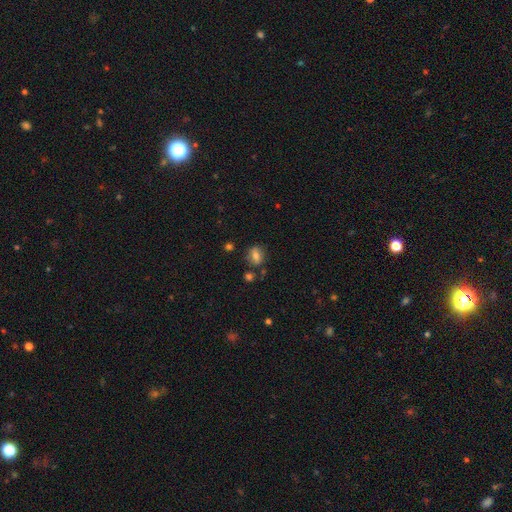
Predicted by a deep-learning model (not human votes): This is likely a smooth galaxy (66%). How rounded: possibly round (49%, tied with in between). Merging: likely none (74%).